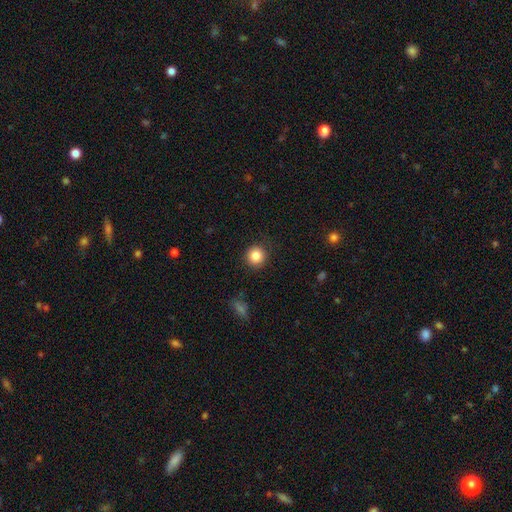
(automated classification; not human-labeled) smooth-or-featured: smooth: 85% | star or artifact: 10% | featured or disk: 5%
  how-rounded: round: 93% | in between: 6% | cigar-shaped: 1%
  merging: none: 89% | minor disturbance: 7% | major disturbance: 3% | merger: 1%